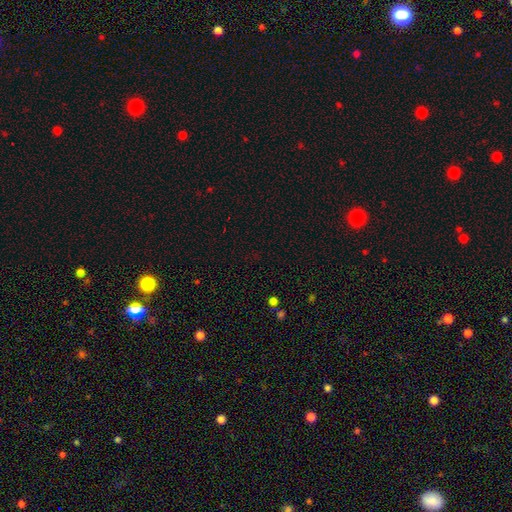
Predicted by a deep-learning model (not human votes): A star or artifact, not a galaxy (64%).

Vote fractions:
- Smooth or featured? star or artifact: 64% / smooth: 28% / featured or disk: 7%